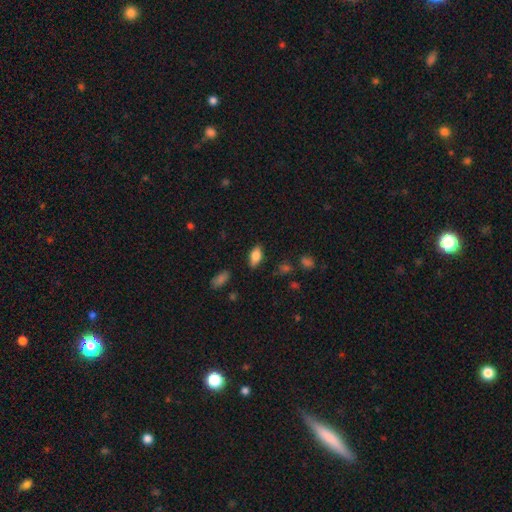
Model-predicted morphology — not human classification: Smooth or featured?
  - smooth: 78% *
  - featured or disk: 15%
  - star or artifact: 8%
How rounded?
  - in between: 88% *
  - cigar-shaped: 8%
  - round: 4%
Merging?
  - none: 84% *
  - minor disturbance: 12%
  - major disturbance: 3%
  - merger: 1%